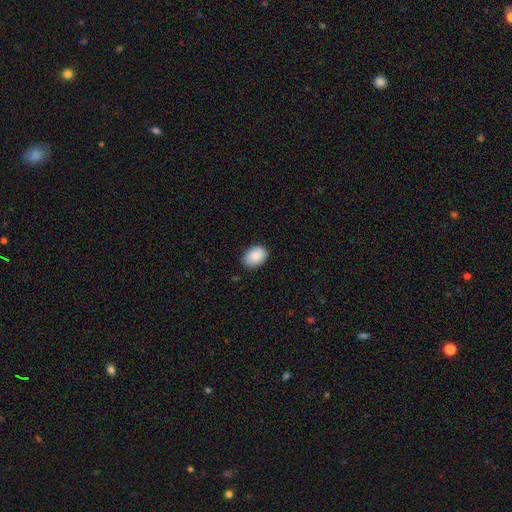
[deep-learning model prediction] Morphology: type=smooth (89%); roundness=in between (76%); merging=none (85%).